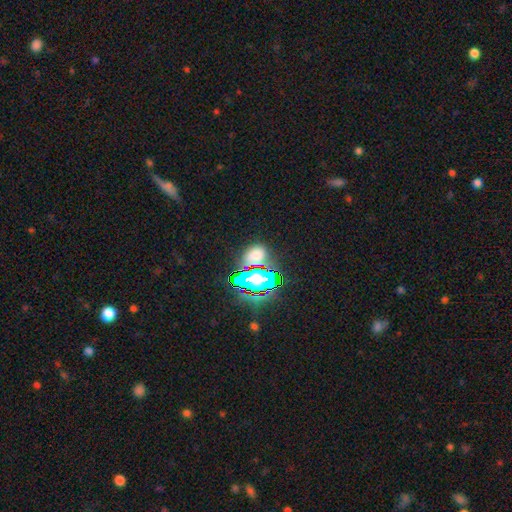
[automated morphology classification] smooth 46%, star or artifact 44%, featured or disk 10%. Down the decision tree: merging — none (65%).